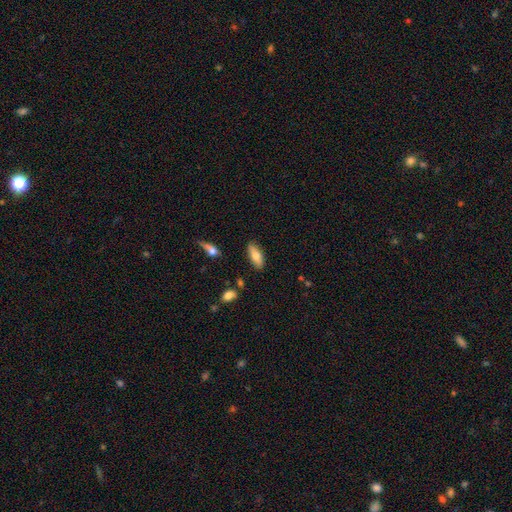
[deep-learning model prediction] Smooth or featured?
  - smooth: 74% *
  - featured or disk: 19%
  - star or artifact: 7%
How rounded?
  - in between: 75% *
  - cigar-shaped: 23%
  - round: 2%
Merging?
  - none: 83% *
  - minor disturbance: 12%
  - merger: 3%
  - major disturbance: 2%